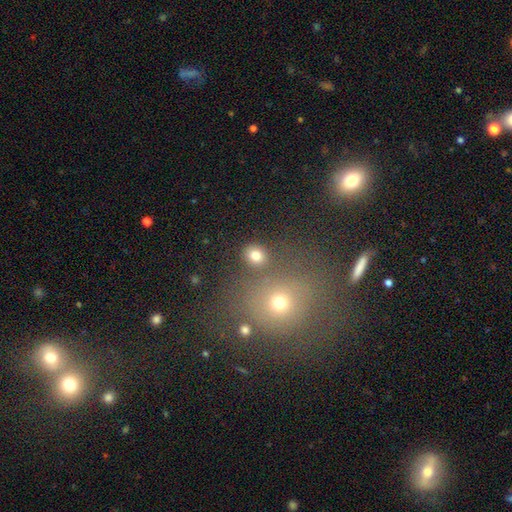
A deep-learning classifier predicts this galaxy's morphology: Smooth or featured: smooth — 78% (star or artifact — 15%)
How rounded: round — 78% (in between — 20%)
Merging: none — 80% (merger — 9%)